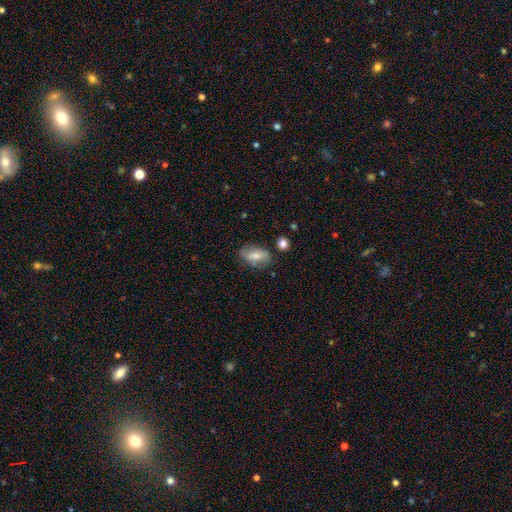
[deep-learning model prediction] smooth 63%, featured or disk 29%, star or artifact 8%. Down the decision tree: how rounded — in between (88%); merging — none (69%).